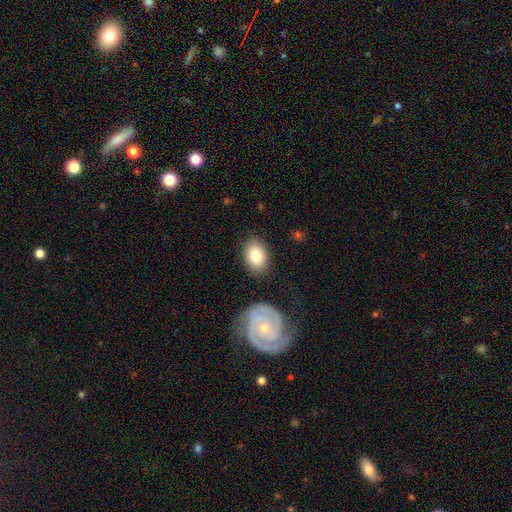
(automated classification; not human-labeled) Smooth or featured? Predicted: smooth (p=0.83). How rounded? Predicted: in between (p=0.82). Merging? Predicted: none (p=0.82).